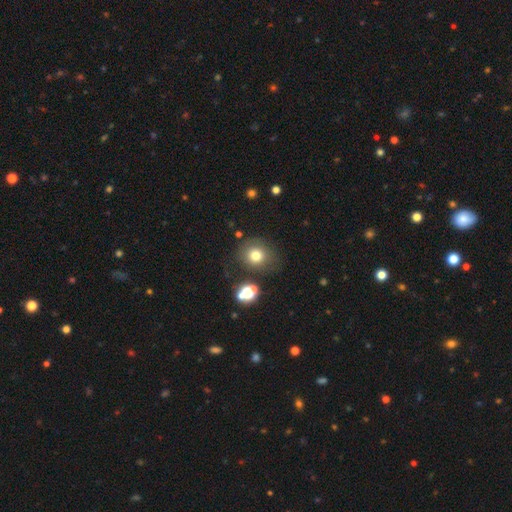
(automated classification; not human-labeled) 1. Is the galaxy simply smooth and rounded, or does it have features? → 76% smooth, 15% star or artifact, 9% featured or disk.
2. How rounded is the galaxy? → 80% round, 19% in between, 1% cigar-shaped.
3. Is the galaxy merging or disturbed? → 75% none, 14% minor disturbance, 6% major disturbance, 6% merger.